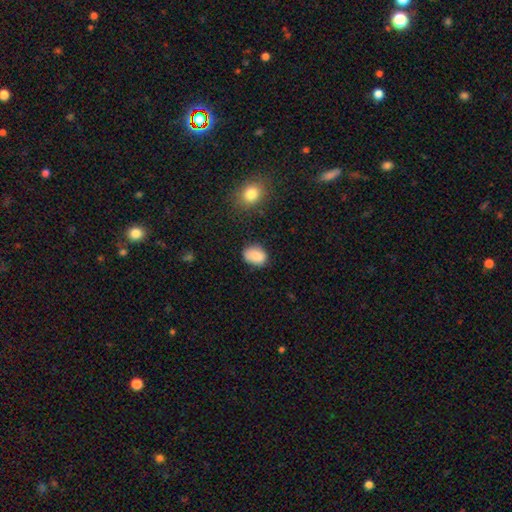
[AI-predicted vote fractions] Q: Smooth or featured?
A: smooth (87%); runner-up: star or artifact (8%)
Q: How rounded?
A: in between (74%); runner-up: round (25%)
Q: Merging?
A: none (74%); runner-up: minor disturbance (20%)